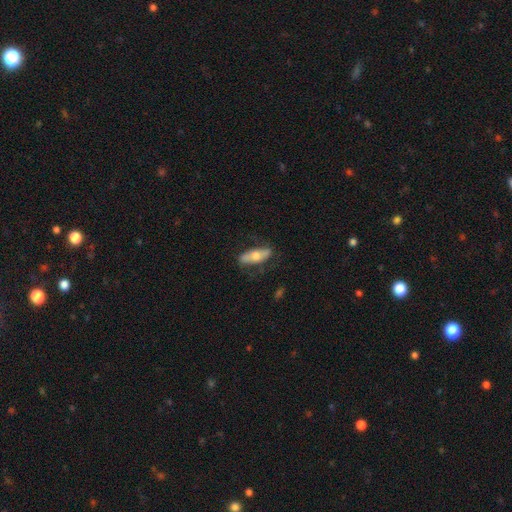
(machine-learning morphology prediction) Overall: smooth (55%; featured or disk 39%). How rounded: in between (61%; cigar-shaped 37%). Merging: none (72%).